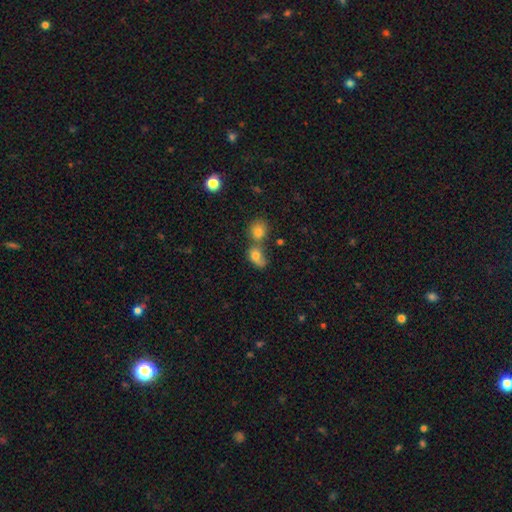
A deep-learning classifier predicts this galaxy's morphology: This appears to be a smooth galaxy with no disk features (75%) that is in between round and cigar-shaped (59%). Merging: merger (54%).